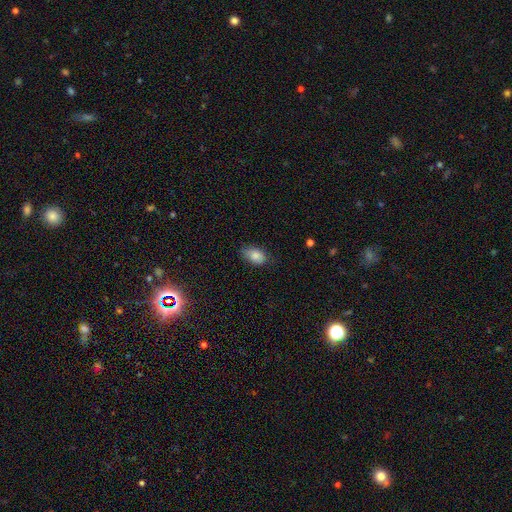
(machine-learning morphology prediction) The model was most divided on "merging": none: 68%, minor disturbance: 26%, major disturbance: 5%, merger: 1%. More confident: how rounded — in between (88%); smooth or featured — smooth (84%).